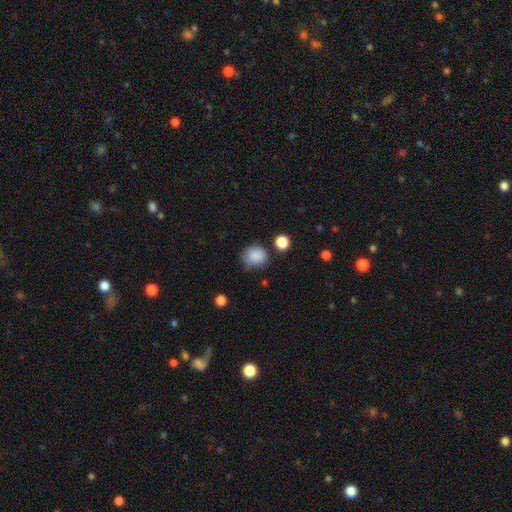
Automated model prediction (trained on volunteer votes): Overall: smooth (87%). How rounded: round (73%). Merging: none (70%).